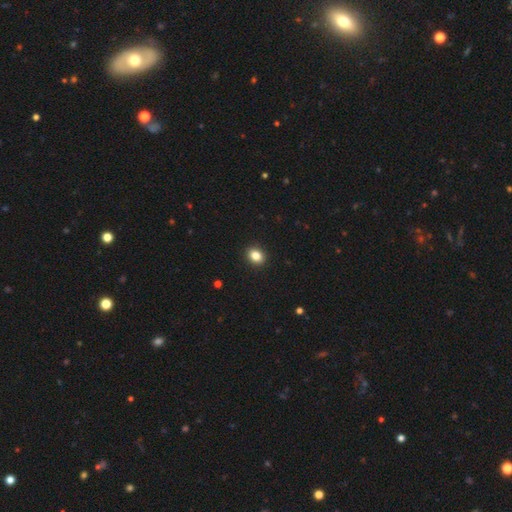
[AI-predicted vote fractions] smooth_or_featured: smooth (p=0.85) [alt: star or artifact p=0.10]
how_rounded: round (p=0.50) [alt: in between p=0.49]
merging: none (p=0.92) [alt: minor disturbance p=0.06]